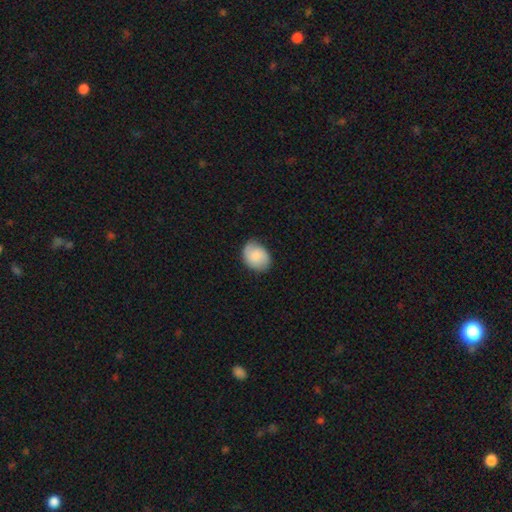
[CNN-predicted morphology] Smooth or featured? Predicted: smooth (p=0.76). How rounded? Predicted: in between (p=0.63). Merging? Predicted: none (p=0.72).